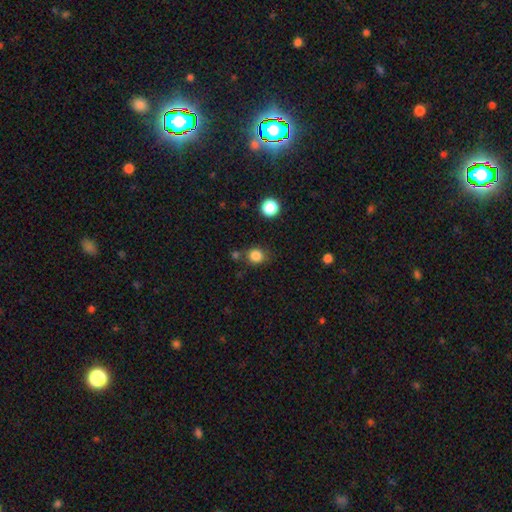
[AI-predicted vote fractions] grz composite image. It shows a smooth galaxy with no disk features (84%) that is round (82%). Merging: none (75%).